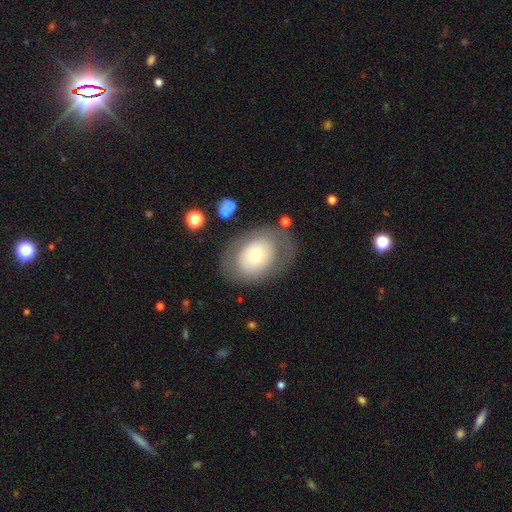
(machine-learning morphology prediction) This appears to be a smooth galaxy with no disk features (57%) that is in between round and cigar-shaped (68%). Merging: none (73%).